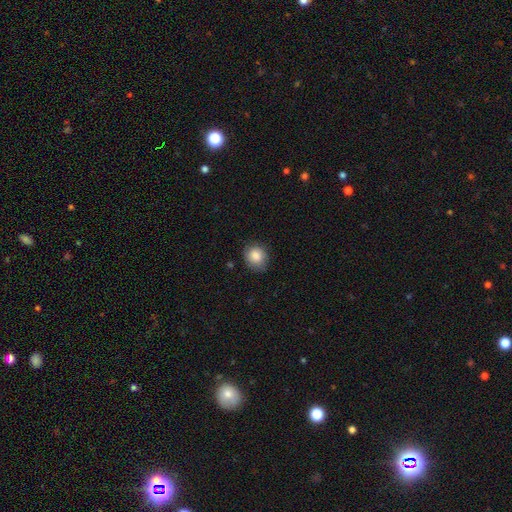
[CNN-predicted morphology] A smooth galaxy with no disk features (85%) that is round (70%).

Vote fractions:
- Smooth or featured? smooth: 85% / star or artifact: 8% / featured or disk: 7%
- How rounded? round: 70% / in between: 29% / cigar-shaped: 1%
- Merging? none: 78% / minor disturbance: 17% / major disturbance: 3% / merger: 1%